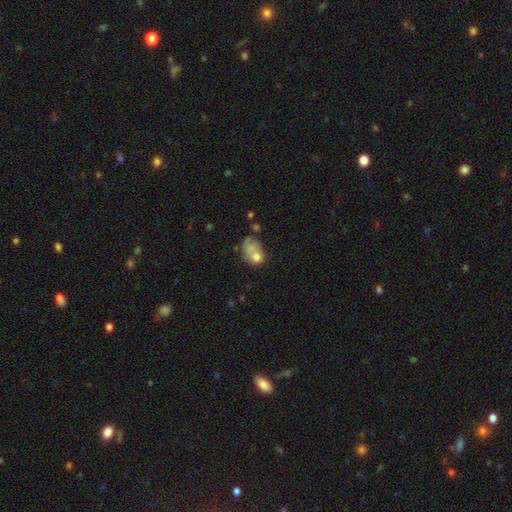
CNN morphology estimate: Overall: smooth (57%; featured or disk 31%). How rounded: in between (60%; round 39%). Merging: none (29%; merger 27%).